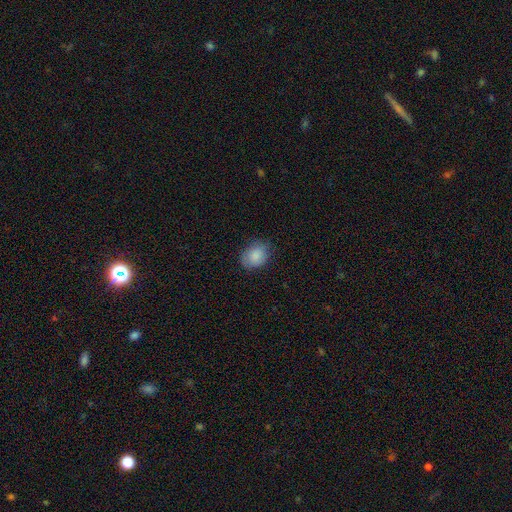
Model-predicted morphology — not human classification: type=smooth (86%); roundness=in between (63%); merging=none (78%).